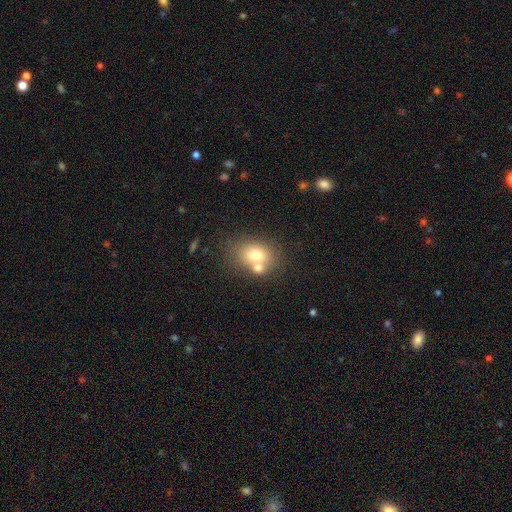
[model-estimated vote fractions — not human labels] Smooth or featured? smooth (72%)
How rounded? in between (55%)
Merging? none (49%)